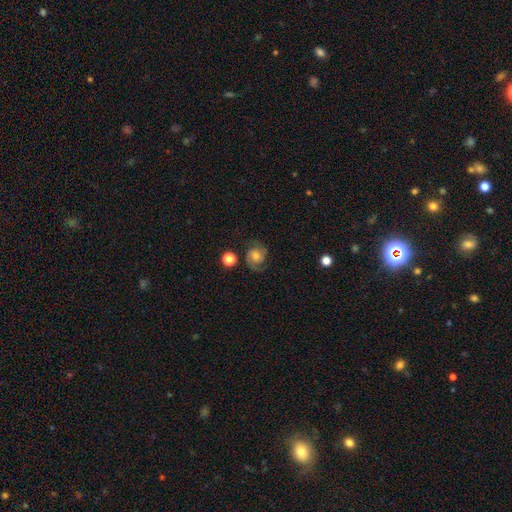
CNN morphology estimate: smooth-or-featured: featured or disk: 73% | smooth: 18% | star or artifact: 9%
  disk-edge-on: no: 98% | yes: 2%
    bar: no: 65% | weak: 30% | strong: 5%
    has-spiral-arms: yes: 95% | no: 5%
      spiral-winding: medium: 48% | tight: 35% | loose: 17%
      spiral-arm-count: 2: 86% | 1: 5% | can't tell: 5% | 3: 2% | 4: 1% | more than 4: 1%
    bulge-size: moderate: 56% | small: 30% | large: 8% | none: 4% | dominant: 2%
  merging: none: 74% | minor disturbance: 16% | major disturbance: 8% | merger: 3%